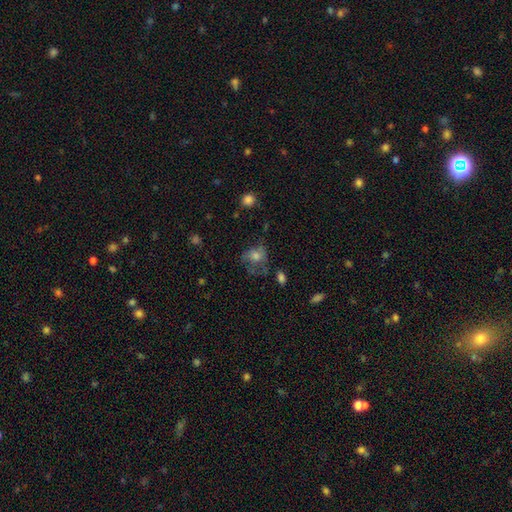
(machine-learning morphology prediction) A smooth galaxy with no disk features (50%) that is round (59%).

Vote fractions:
- Smooth or featured? smooth: 50% / featured or disk: 35% / star or artifact: 14%
- How rounded? round: 59% / in between: 40% / cigar-shaped: 1%
- Merging? none: 42% / major disturbance: 29% / minor disturbance: 25% / merger: 4%